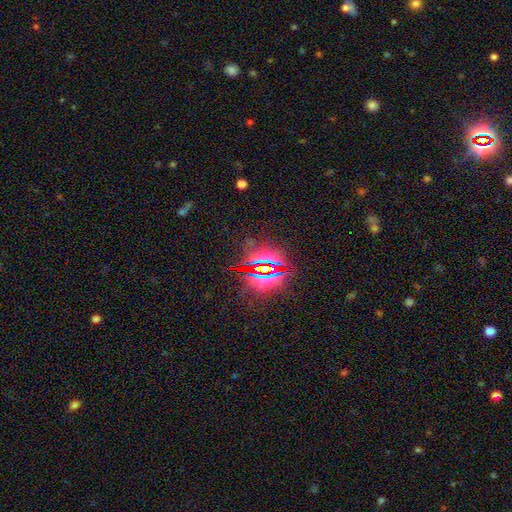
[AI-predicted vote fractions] star or artifact 85%, smooth 8%, featured or disk 6%.